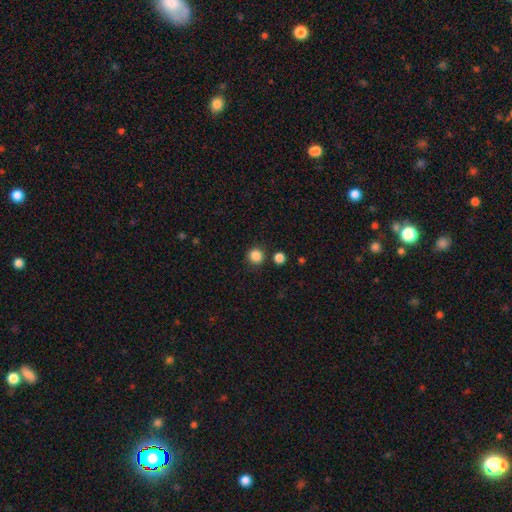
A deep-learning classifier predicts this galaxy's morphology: A smooth galaxy with no disk features (86%) that is round (91%).

Vote fractions:
- Smooth or featured? smooth: 86% / star or artifact: 11% / featured or disk: 3%
- How rounded? round: 91% / in between: 8% / cigar-shaped: 1%
- Merging? none: 84% / minor disturbance: 7% / merger: 6% / major disturbance: 3%